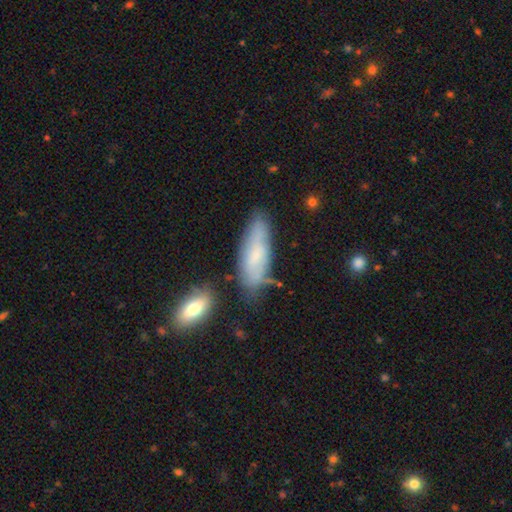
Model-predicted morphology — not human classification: Q: Smooth or featured?
A: smooth (62%); runner-up: featured or disk (31%)
Q: How rounded?
A: in between (61%); runner-up: cigar-shaped (37%)
Q: Merging?
A: none (65%); runner-up: minor disturbance (23%)